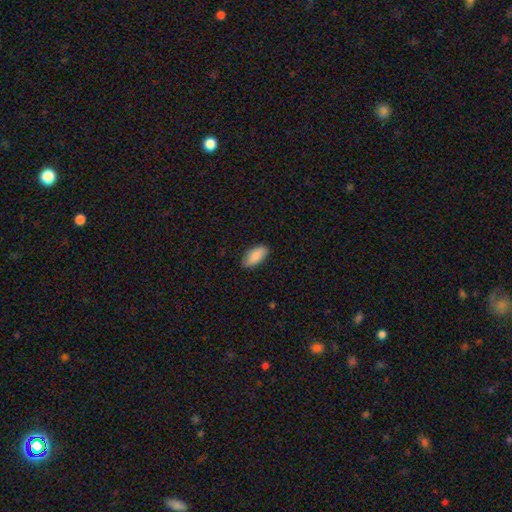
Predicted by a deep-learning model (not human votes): The model was most divided on "merging": none: 86%, minor disturbance: 11%, major disturbance: 2%, merger: 1%. More confident: how rounded — in between (90%); smooth or featured — smooth (87%).